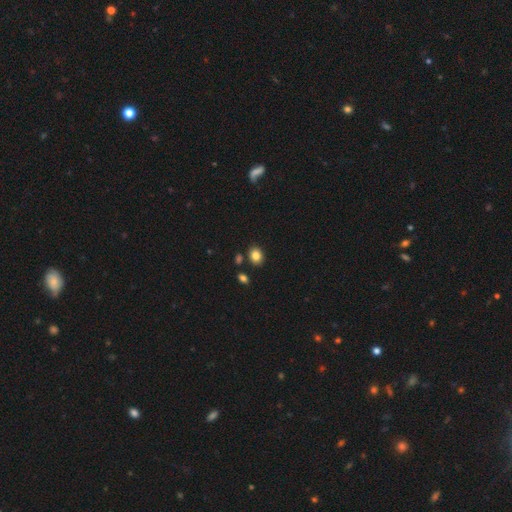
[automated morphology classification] A smooth galaxy with no disk features (84%) that is in between round and cigar-shaped (53%).

Vote fractions:
- Smooth or featured? smooth: 84% / star or artifact: 10% / featured or disk: 6%
- How rounded? in between: 53% / round: 46% / cigar-shaped: 1%
- Merging? none: 83% / minor disturbance: 9% / merger: 6% / major disturbance: 2%